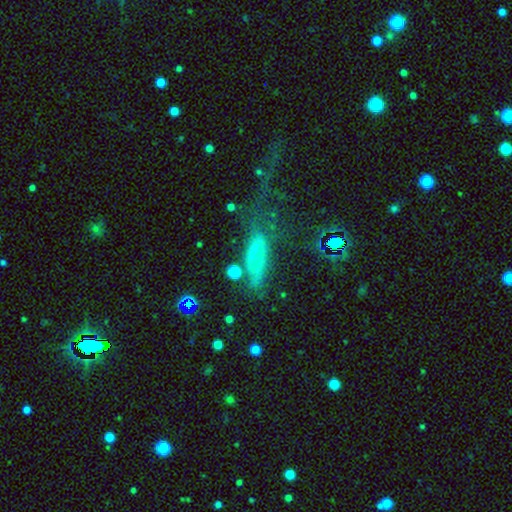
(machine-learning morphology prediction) smooth 58%, featured or disk 24%, star or artifact 19%. Down the decision tree: how rounded — cigar-shaped (55%); merging — none (42%).